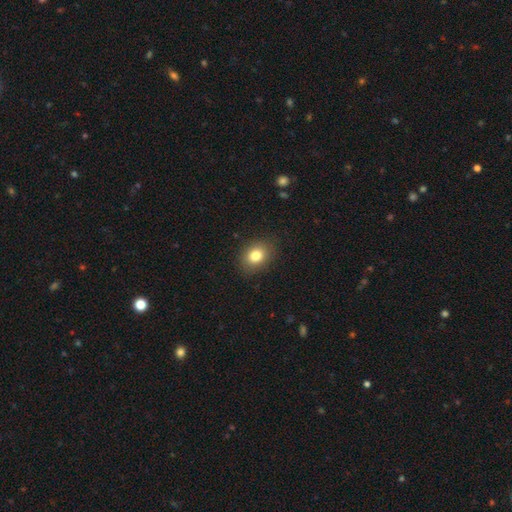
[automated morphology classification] smooth 81%, star or artifact 10%, featured or disk 9%. Down the decision tree: how rounded — in between (57%); merging — none (85%).